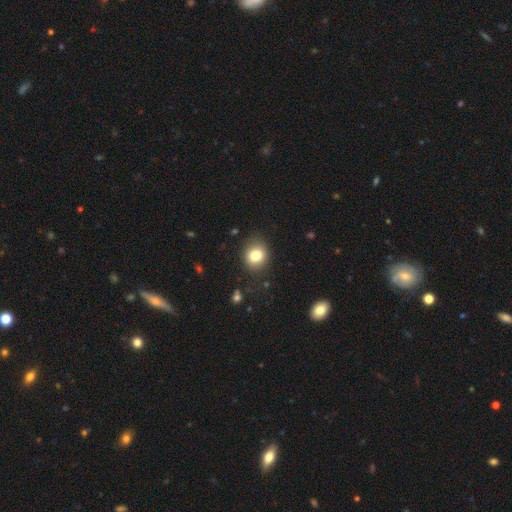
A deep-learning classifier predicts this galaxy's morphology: Smooth or featured? Predicted: smooth (p=0.81). How rounded? Predicted: round (p=0.68). Merging? Predicted: none (p=0.84).